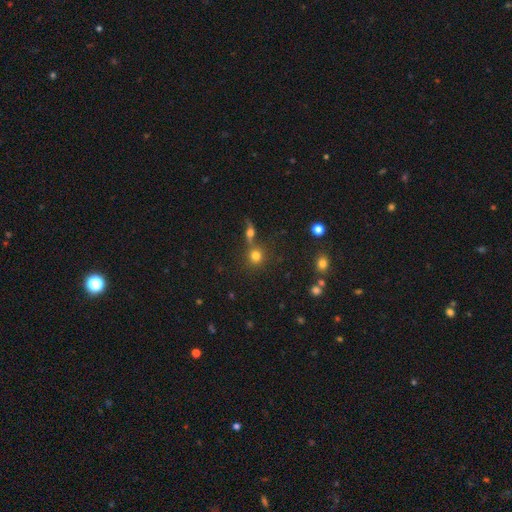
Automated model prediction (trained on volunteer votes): Smooth or featured: smooth — 76% (star or artifact — 14%)
How rounded: round — 88% (in between — 11%)
Merging: none — 62% (merger — 24%)